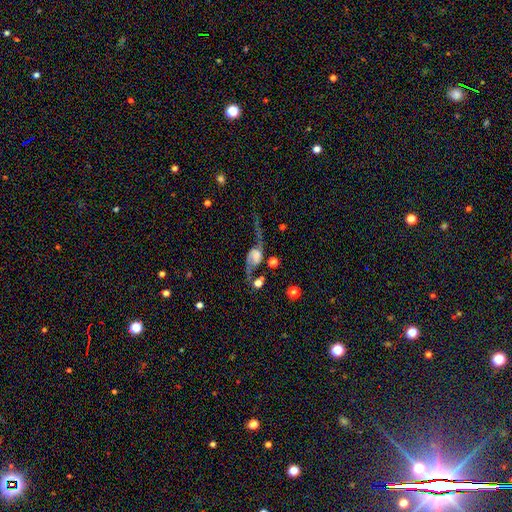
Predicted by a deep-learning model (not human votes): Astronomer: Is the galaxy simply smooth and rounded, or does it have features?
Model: featured or disk — 78%.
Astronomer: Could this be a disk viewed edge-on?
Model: no — 93%.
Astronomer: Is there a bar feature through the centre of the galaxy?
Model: no — 59%.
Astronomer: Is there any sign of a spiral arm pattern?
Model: yes — 90%.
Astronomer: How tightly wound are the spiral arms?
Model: loose — 81%.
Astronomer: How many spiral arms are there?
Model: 2 — 90%.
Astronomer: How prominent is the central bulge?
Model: none — 28% (runner-up: small, 22%).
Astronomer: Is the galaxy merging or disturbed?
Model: none — 39% (runner-up: major disturbance, 31%).